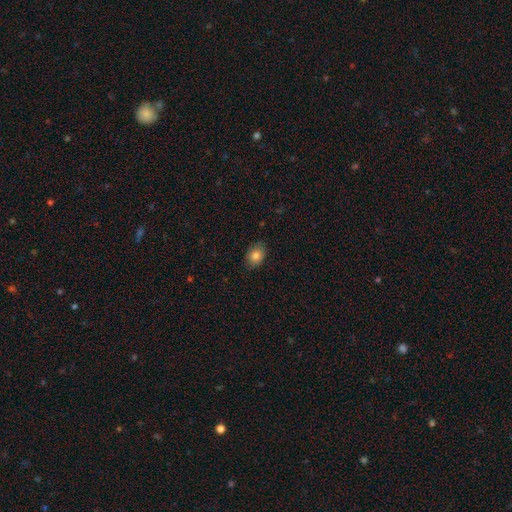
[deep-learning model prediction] Smooth or featured? Predicted: smooth (p=0.84). How rounded? Predicted: in between (p=0.71). Merging? Predicted: none (p=0.84).